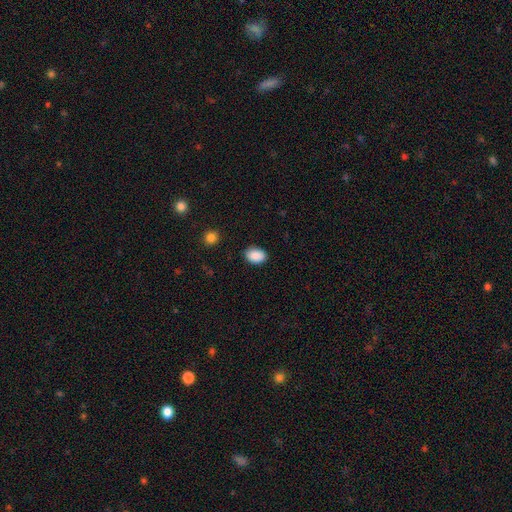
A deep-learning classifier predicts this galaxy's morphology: Q: Smooth or featured?
A: smooth (90%); runner-up: star or artifact (7%)
Q: How rounded?
A: in between (81%); runner-up: round (18%)
Q: Merging?
A: none (86%); runner-up: minor disturbance (10%)